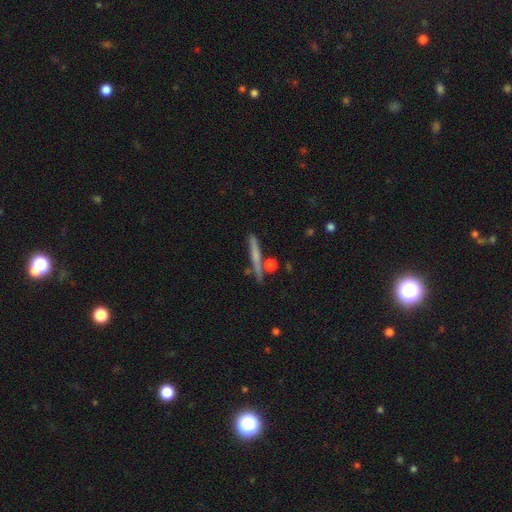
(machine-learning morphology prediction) The model was most divided on "smooth or featured": smooth: 51%, featured or disk: 40%, star or artifact: 9%. More confident: how rounded — cigar-shaped (91%); merging — none (77%).